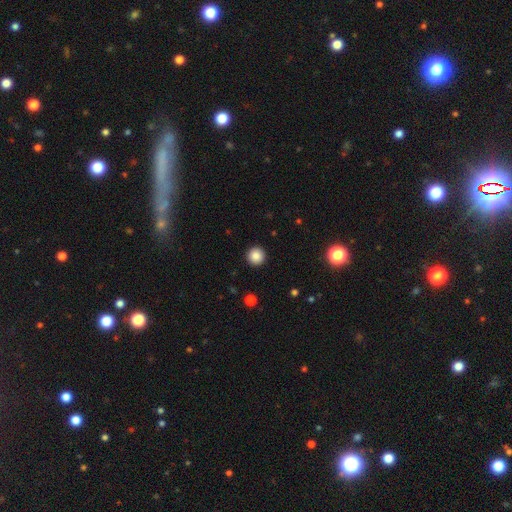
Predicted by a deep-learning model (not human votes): Q: Smooth or featured?
A: smooth (86%); runner-up: star or artifact (10%)
Q: How rounded?
A: round (96%); runner-up: in between (3%)
Q: Merging?
A: none (93%); runner-up: minor disturbance (4%)